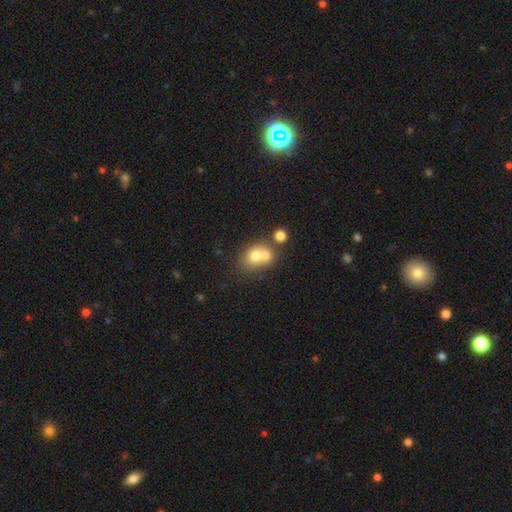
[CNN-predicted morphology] Smooth or featured: smooth — 68% (featured or disk — 21%)
How rounded: round — 57% (in between — 42%)
Merging: merger — 58% (none — 30%)